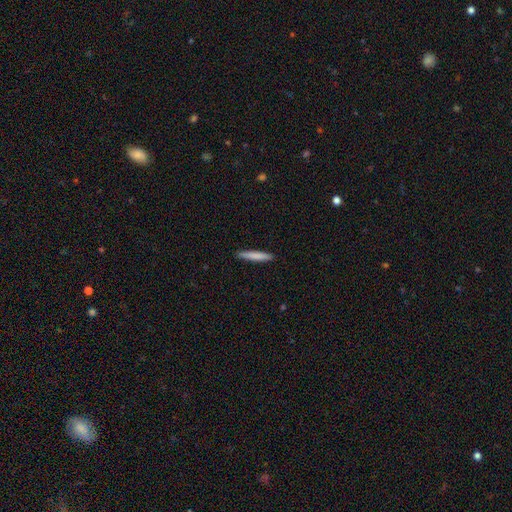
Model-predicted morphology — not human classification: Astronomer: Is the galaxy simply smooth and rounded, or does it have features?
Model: smooth — 80%.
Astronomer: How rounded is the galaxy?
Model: cigar-shaped — 94%.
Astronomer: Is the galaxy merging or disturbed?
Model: none — 90%.